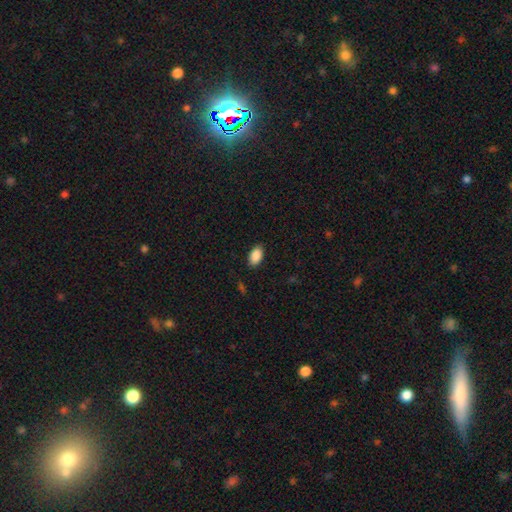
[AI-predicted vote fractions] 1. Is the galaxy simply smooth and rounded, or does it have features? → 89% smooth, 7% star or artifact, 4% featured or disk.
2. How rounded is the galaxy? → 93% in between, 5% round, 2% cigar-shaped.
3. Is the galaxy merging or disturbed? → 88% none, 9% minor disturbance, 2% major disturbance, 1% merger.